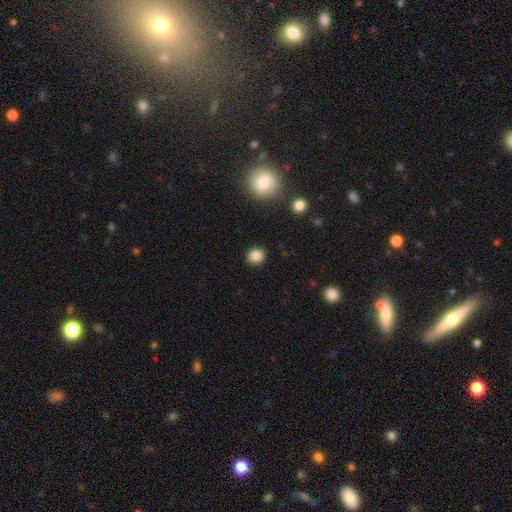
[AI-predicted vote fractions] Overall: smooth (85%). How rounded: round (88%). Merging: none (91%).